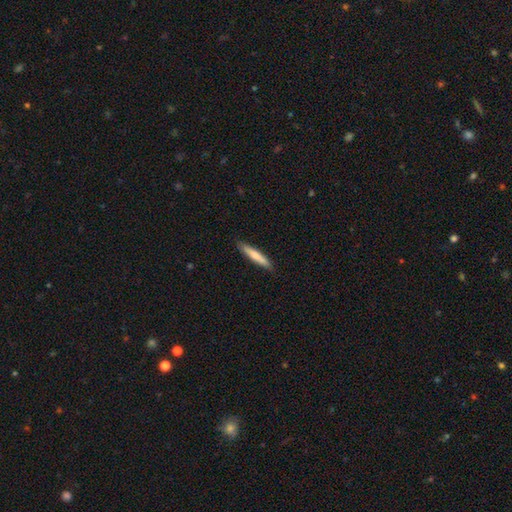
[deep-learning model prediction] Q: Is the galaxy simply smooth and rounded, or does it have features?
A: smooth — 73%.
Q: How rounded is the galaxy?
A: cigar-shaped — 92%.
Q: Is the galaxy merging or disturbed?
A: none — 88%.